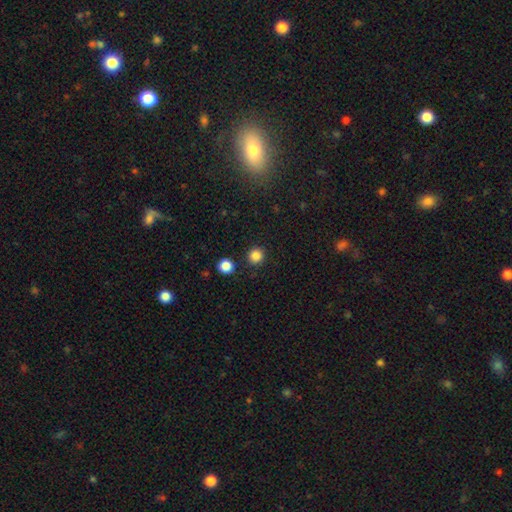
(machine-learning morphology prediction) type=smooth (84%); roundness=round (93%); merging=none (89%).